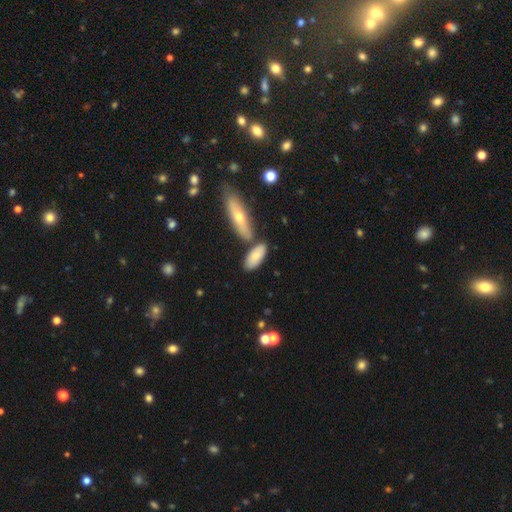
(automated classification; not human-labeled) This is likely a smooth galaxy (78%). How rounded: likely in between (80%). Merging: likely none (64%).